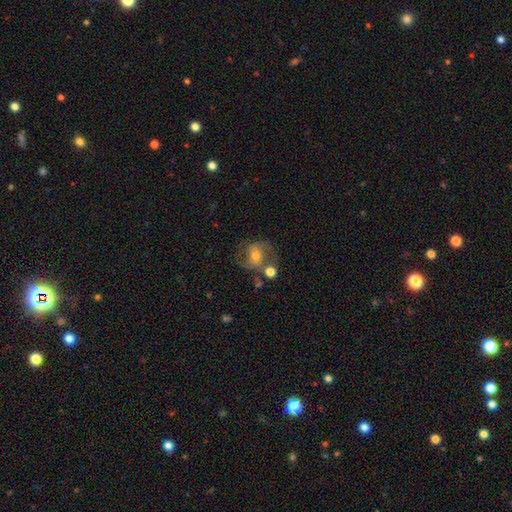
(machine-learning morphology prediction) Smooth or featured? featured or disk (52%)
Edge-on disk? no (96%)
Bar? no (46%)
Spiral arms? yes (75%)
Bulge size? moderate (57%)
Merging? none (51%)